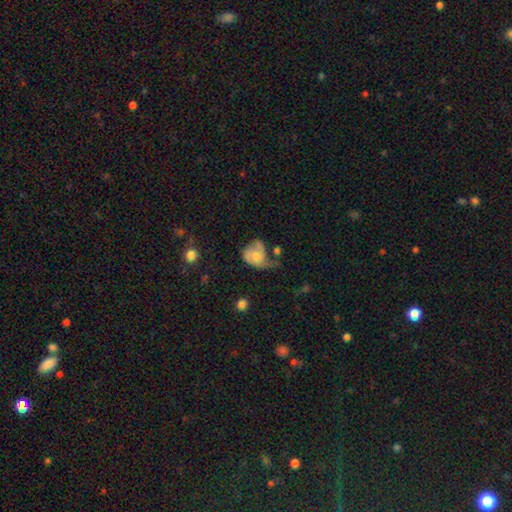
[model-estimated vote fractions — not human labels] A featured or disk galaxy (48%). Merging: major disturbance (41%).